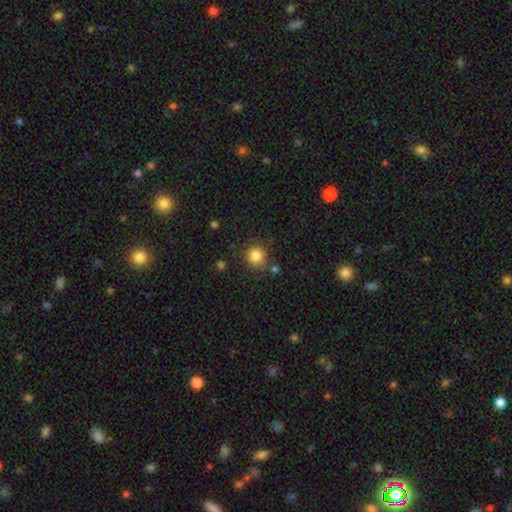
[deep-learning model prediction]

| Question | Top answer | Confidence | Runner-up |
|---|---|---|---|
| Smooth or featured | smooth | 84% | star or artifact (11%) |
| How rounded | round | 88% | in between (11%) |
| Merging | none | 76% | minor disturbance (14%) |